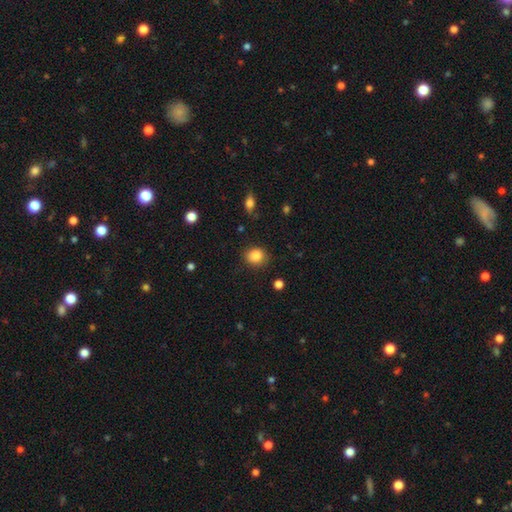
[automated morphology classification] Smooth or featured?
  - smooth: 86% *
  - star or artifact: 9%
  - featured or disk: 5%
How rounded?
  - round: 75% *
  - in between: 24%
  - cigar-shaped: 1%
Merging?
  - none: 84% *
  - minor disturbance: 12%
  - major disturbance: 3%
  - merger: 1%